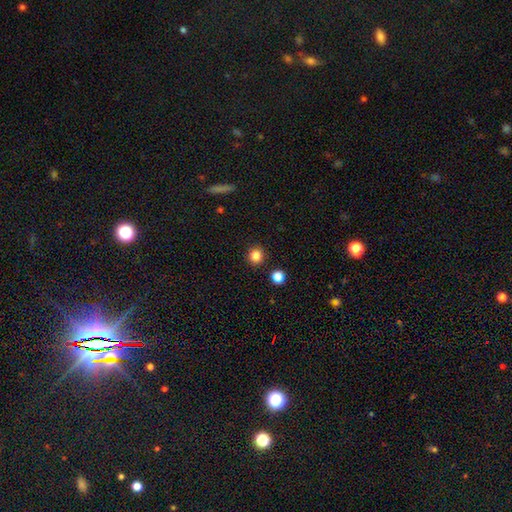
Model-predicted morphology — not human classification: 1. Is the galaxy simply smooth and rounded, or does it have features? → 84% smooth, 11% star or artifact, 4% featured or disk.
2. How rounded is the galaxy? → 93% round, 6% in between, 1% cigar-shaped.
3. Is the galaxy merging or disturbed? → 92% none, 5% minor disturbance, 2% merger, 2% major disturbance.